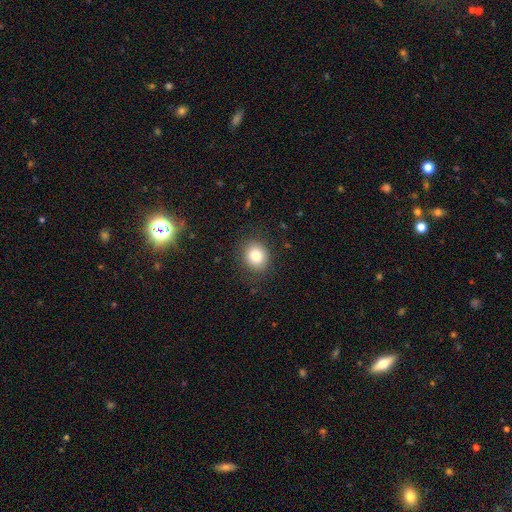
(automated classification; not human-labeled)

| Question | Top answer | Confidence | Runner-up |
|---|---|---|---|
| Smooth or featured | smooth | 83% | star or artifact (10%) |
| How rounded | round | 69% | in between (30%) |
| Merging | none | 85% | minor disturbance (10%) |